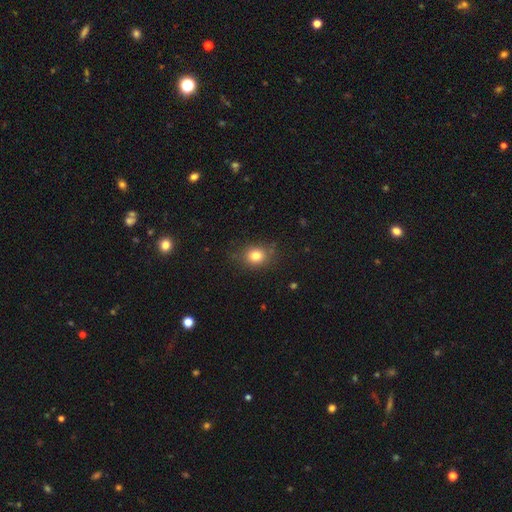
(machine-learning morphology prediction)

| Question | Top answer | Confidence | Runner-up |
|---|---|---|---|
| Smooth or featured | smooth | 80% | star or artifact (13%) |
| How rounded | round | 69% | in between (30%) |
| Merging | none | 82% | minor disturbance (13%) |